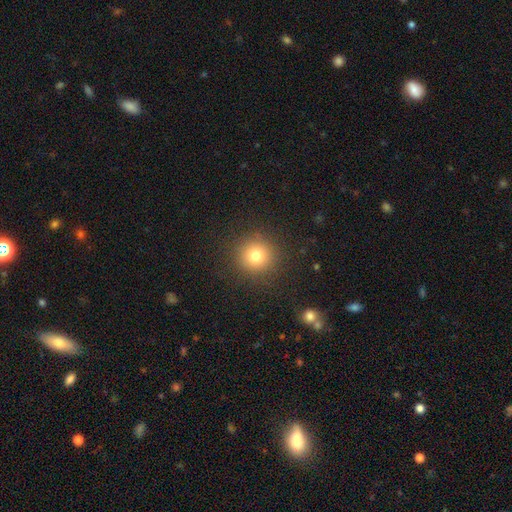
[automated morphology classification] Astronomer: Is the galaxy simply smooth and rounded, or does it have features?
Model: smooth — 79%.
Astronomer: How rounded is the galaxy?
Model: round — 94%.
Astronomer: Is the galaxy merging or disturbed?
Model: none — 90%.